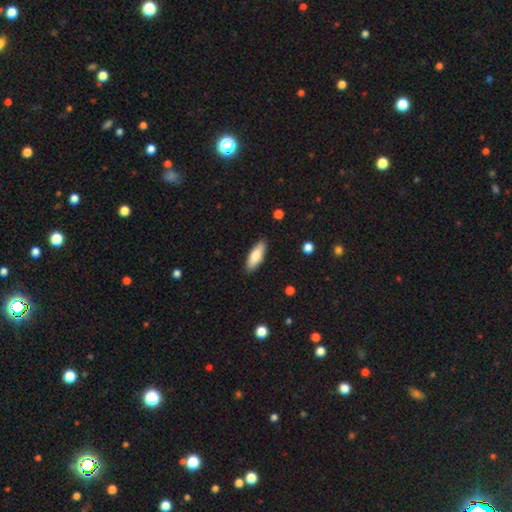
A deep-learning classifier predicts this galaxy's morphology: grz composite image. It shows a smooth galaxy with no disk features (80%) that is in between round and cigar-shaped (62%). Merging: none (88%).